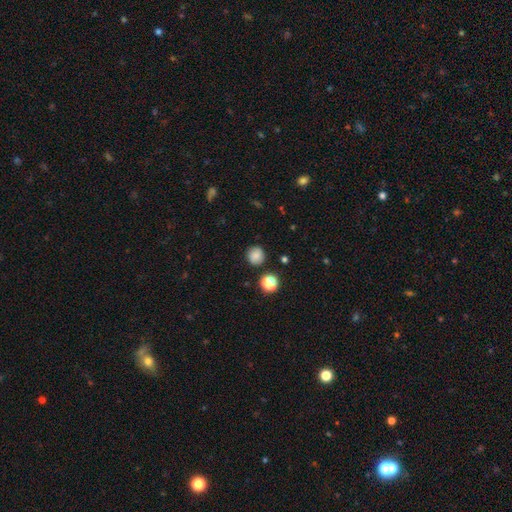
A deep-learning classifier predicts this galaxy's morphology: type=smooth (84%); roundness=round (92%); merging=none (87%).